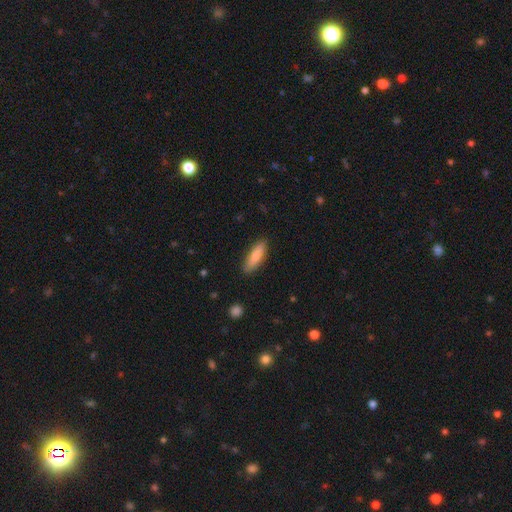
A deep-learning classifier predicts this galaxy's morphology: Overall: smooth (80%). How rounded: cigar-shaped (54%; in between 44%). Merging: none (86%).